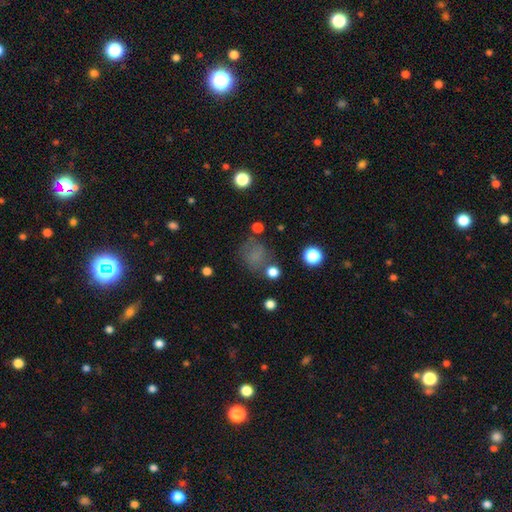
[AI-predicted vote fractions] This is likely a smooth galaxy (64%). How rounded: likely round (68%). Merging: likely none (63%).